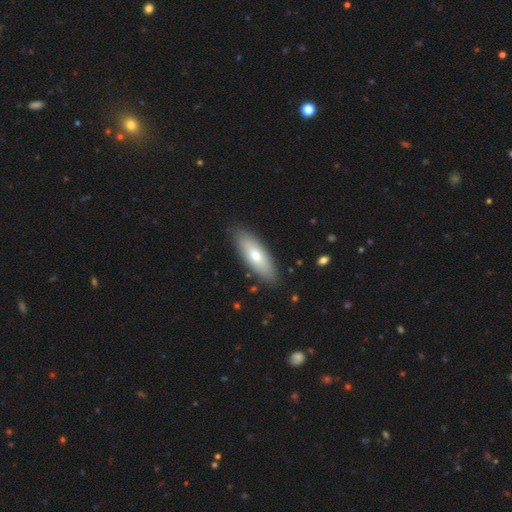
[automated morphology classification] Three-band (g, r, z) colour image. It shows a smooth galaxy with no disk features (69%) that is in between round and cigar-shaped (64%). Merging: none (87%).